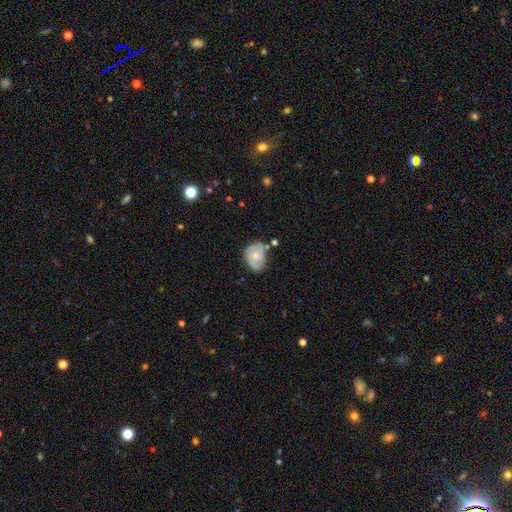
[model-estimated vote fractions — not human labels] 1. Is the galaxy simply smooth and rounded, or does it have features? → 51% featured or disk, 42% smooth, 7% star or artifact.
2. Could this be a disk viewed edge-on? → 97% no, 3% yes.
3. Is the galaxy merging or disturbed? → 50% none, 32% minor disturbance, 11% major disturbance, 8% merger.